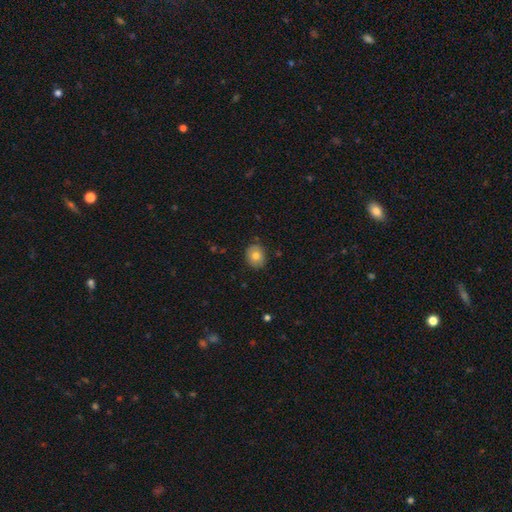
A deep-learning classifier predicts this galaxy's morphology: The model was most divided on "how rounded": round: 62%, in between: 37%, cigar-shaped: 1%. More confident: merging — none (85%); smooth or featured — smooth (77%).